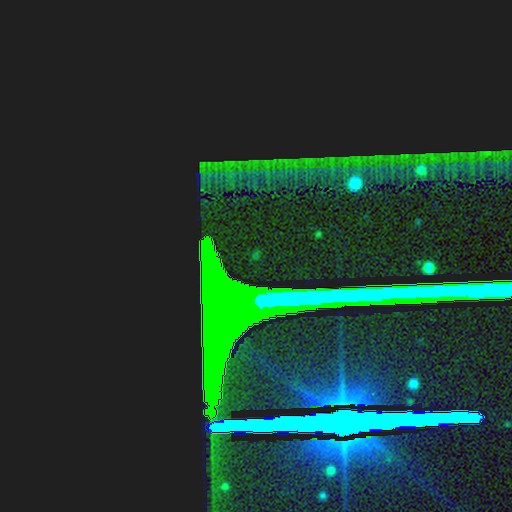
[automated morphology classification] Smooth or featured?
  - star or artifact: 83% *
  - featured or disk: 9%
  - smooth: 7%